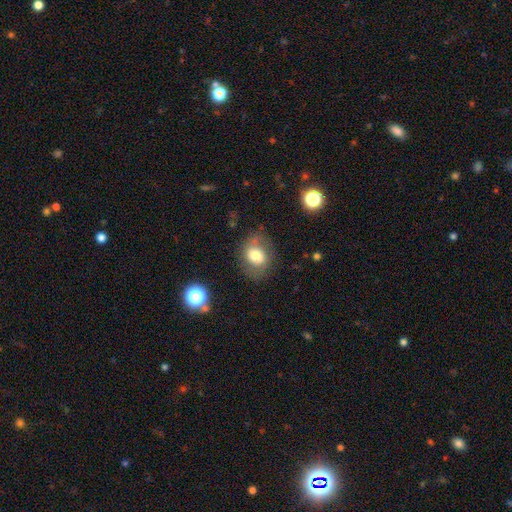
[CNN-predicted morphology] smooth_or_featured: smooth (p=0.69) [alt: featured or disk p=0.22]
how_rounded: in between (p=0.50) [alt: round p=0.49]
merging: none (p=0.69) [alt: minor disturbance p=0.19]